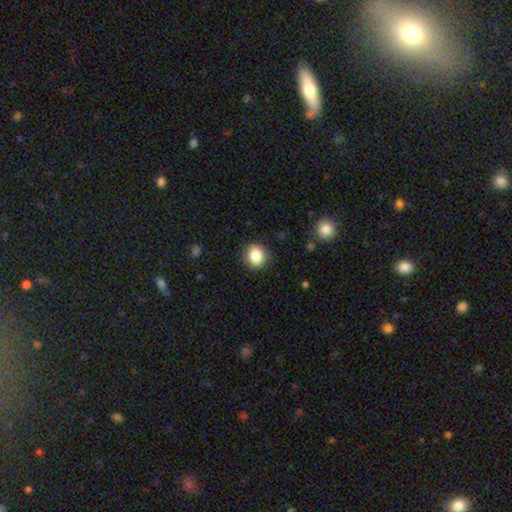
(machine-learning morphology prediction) Smooth or featured: smooth — 85% (star or artifact — 9%)
How rounded: round — 73% (in between — 26%)
Merging: none — 88% (minor disturbance — 8%)